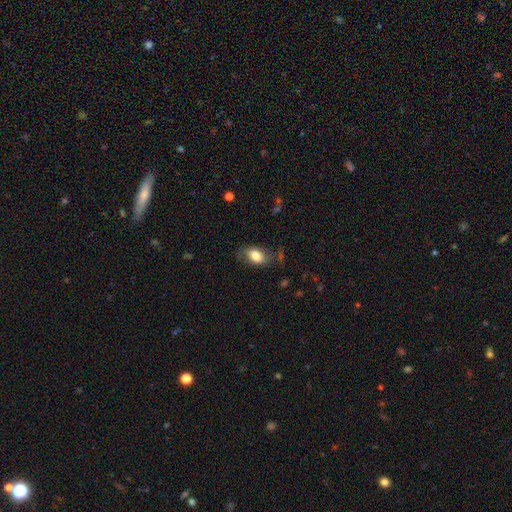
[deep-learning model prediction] The model was most divided on "merging": none: 65%, minor disturbance: 23%, major disturbance: 10%, merger: 2%. More confident: how rounded — in between (90%); smooth or featured — smooth (77%).